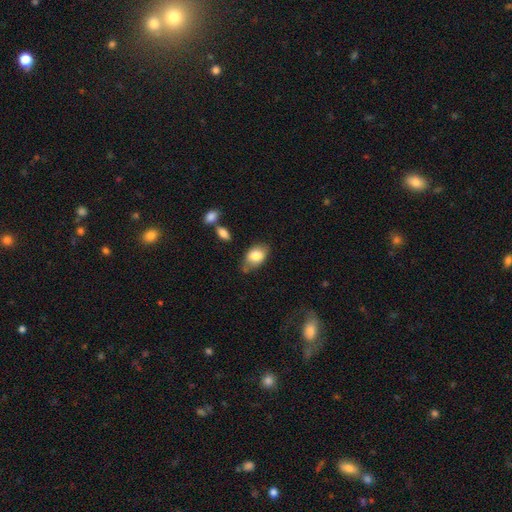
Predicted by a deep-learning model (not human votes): Smooth or featured? Predicted: smooth (p=0.81). How rounded? Predicted: in between (p=0.86). Merging? Predicted: none (p=0.59).